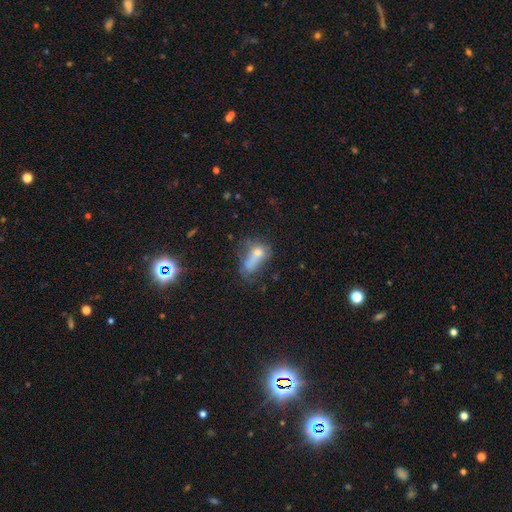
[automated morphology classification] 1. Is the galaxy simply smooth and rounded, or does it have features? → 59% smooth, 26% featured or disk, 16% star or artifact.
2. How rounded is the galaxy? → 76% in between, 13% round, 10% cigar-shaped.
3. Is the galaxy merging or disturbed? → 37% major disturbance, 25% none, 23% minor disturbance, 16% merger.